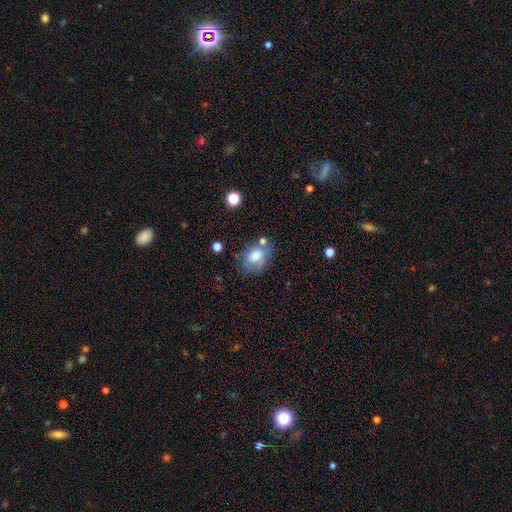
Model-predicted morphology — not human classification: Overall: smooth (68%). How rounded: in between (72%). Merging: none (47%; minor disturbance 26%).